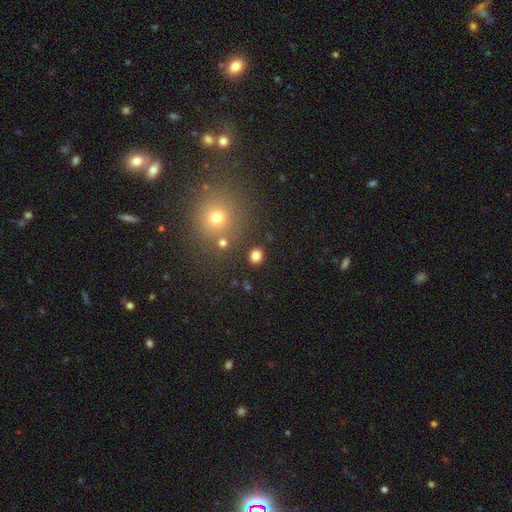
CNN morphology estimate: Smooth or featured: smooth — 82% (star or artifact — 13%)
How rounded: round — 62% (in between — 37%)
Merging: none — 85% (minor disturbance — 8%)